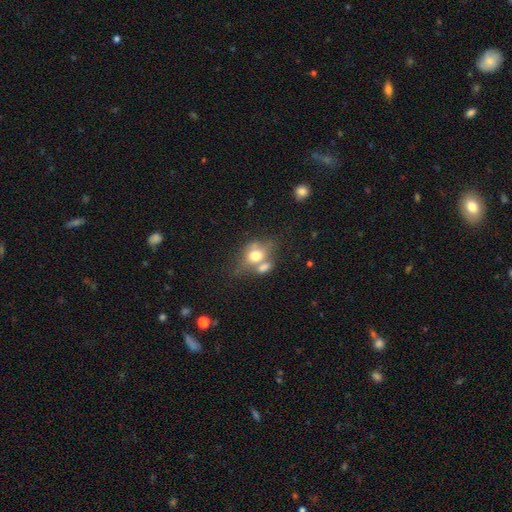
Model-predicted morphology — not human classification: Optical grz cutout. It shows a smooth galaxy with no disk features (64%) that is in between round and cigar-shaped (56%). Merging: merger (44%).